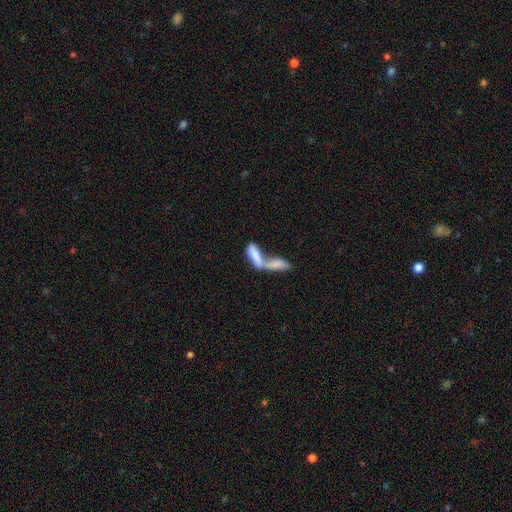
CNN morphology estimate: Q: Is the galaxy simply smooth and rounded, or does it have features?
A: smooth — 72%.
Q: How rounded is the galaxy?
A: in between — 58%.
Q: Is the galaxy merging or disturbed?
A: merger — 80%.